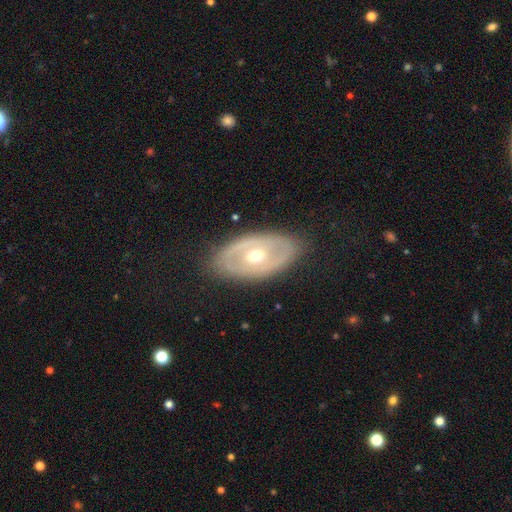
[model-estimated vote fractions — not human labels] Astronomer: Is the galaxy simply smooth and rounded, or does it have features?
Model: featured or disk — 64%.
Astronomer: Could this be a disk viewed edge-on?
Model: no — 88%.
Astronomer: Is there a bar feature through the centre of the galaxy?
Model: no — 76%.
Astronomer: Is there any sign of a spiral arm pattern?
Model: no — 81%.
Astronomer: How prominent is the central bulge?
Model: moderate — 73%.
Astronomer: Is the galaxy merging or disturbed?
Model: none — 82%.